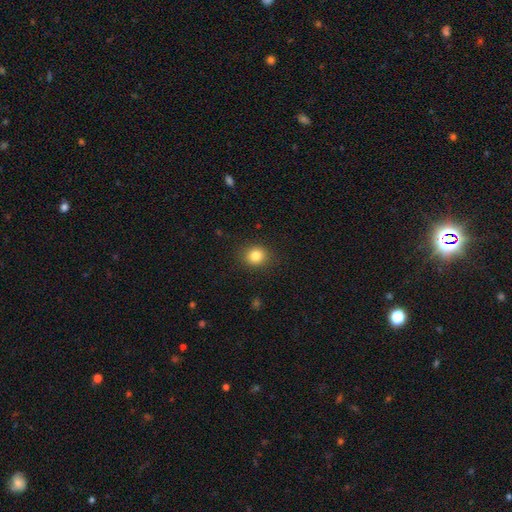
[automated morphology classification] A smooth galaxy with no disk features (83%) that is round (75%).

Vote fractions:
- Smooth or featured? smooth: 83% / star or artifact: 11% / featured or disk: 6%
- How rounded? round: 75% / in between: 24% / cigar-shaped: 1%
- Merging? none: 89% / minor disturbance: 8% / major disturbance: 3% / merger: 1%